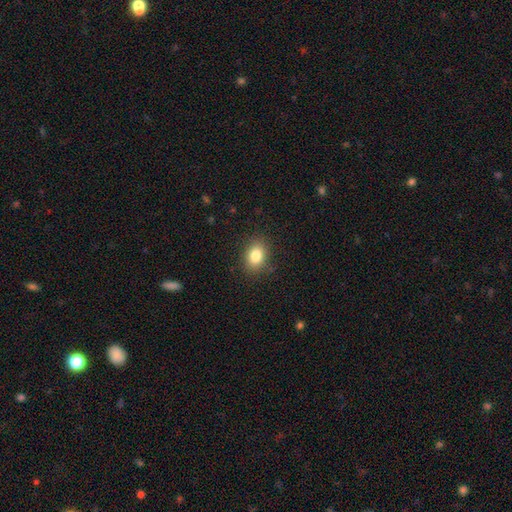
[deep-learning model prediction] Smooth or featured: smooth — 83% (star or artifact — 10%)
How rounded: in between — 66% (round — 33%)
Merging: none — 86% (minor disturbance — 10%)